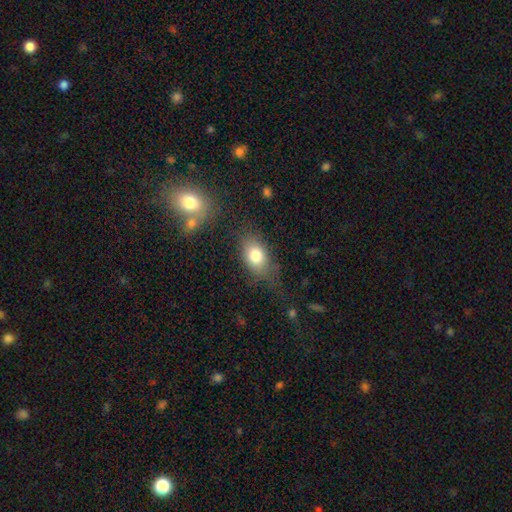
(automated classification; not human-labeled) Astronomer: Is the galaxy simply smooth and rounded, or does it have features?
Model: smooth — 78%.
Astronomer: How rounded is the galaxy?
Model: in between — 78%.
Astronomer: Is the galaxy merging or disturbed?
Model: none — 68%.